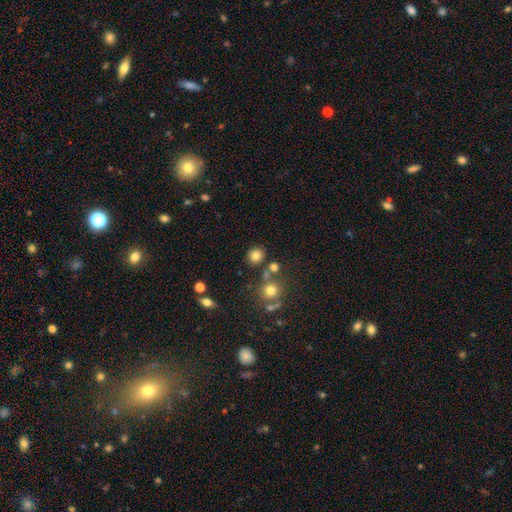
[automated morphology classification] The model was most divided on "smooth or featured": smooth: 79%, star or artifact: 14%, featured or disk: 7%. More confident: how rounded — round (85%); merging — none (79%).